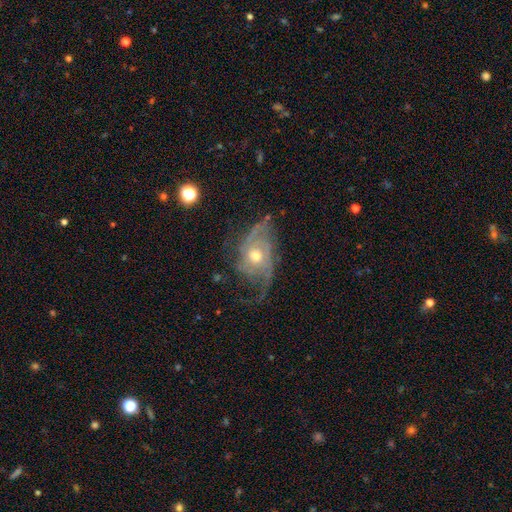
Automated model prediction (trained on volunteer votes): Q: Smooth or featured?
A: featured or disk (83%); runner-up: smooth (9%)
Q: Edge-on disk?
A: no (96%); runner-up: yes (4%)
Q: Bar?
A: no (77%); runner-up: weak (19%)
Q: Spiral arms?
A: yes (93%); runner-up: no (7%)
Q: Spiral winding?
A: medium (40%); runner-up: tight (32%)
Q: Spiral arm count?
A: 2 (31%); runner-up: 3 (25%)
Q: Bulge size?
A: moderate (72%); runner-up: small (22%)
Q: Merging?
A: none (51%); runner-up: minor disturbance (24%)